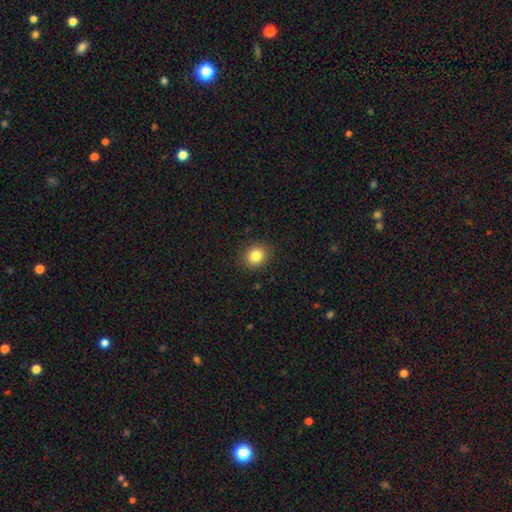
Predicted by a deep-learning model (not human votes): Smooth or featured?
  - smooth: 83% *
  - star or artifact: 11%
  - featured or disk: 6%
How rounded?
  - round: 79% *
  - in between: 21%
  - cigar-shaped: 1%
Merging?
  - none: 91% *
  - minor disturbance: 6%
  - major disturbance: 2%
  - merger: 1%